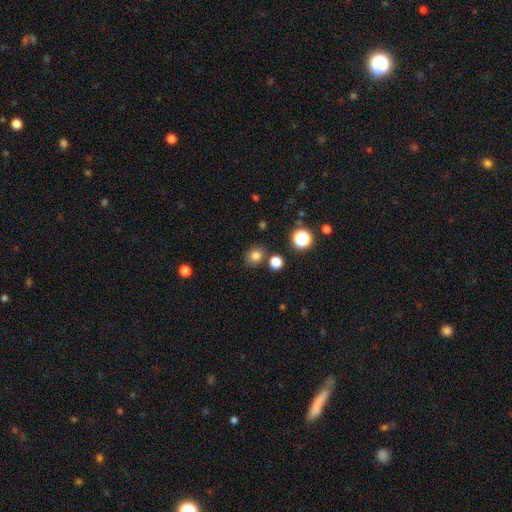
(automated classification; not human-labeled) smooth-or-featured: smooth: 79% | star or artifact: 15% | featured or disk: 6%
  how-rounded: round: 78% | in between: 21% | cigar-shaped: 1%
  merging: none: 81% | minor disturbance: 9% | merger: 7% | major disturbance: 3%